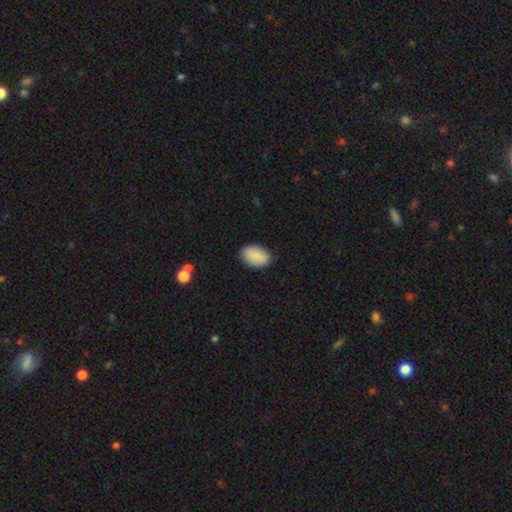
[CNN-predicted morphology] smooth 89%, star or artifact 7%, featured or disk 5%. Down the decision tree: how rounded — in between (89%); merging — none (88%).